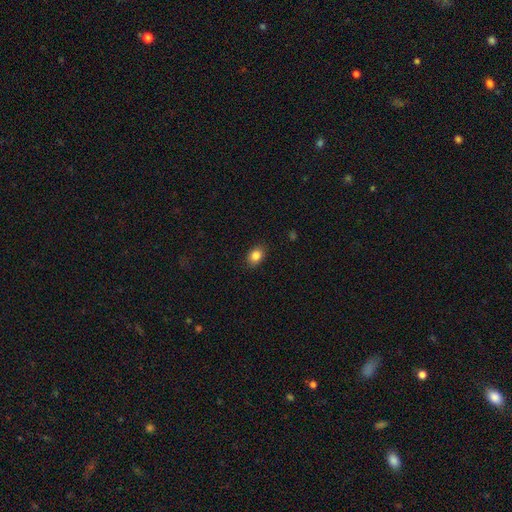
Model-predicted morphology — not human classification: Smooth or featured: smooth — 85% (star or artifact — 9%)
How rounded: in between — 69% (round — 29%)
Merging: none — 86% (minor disturbance — 11%)